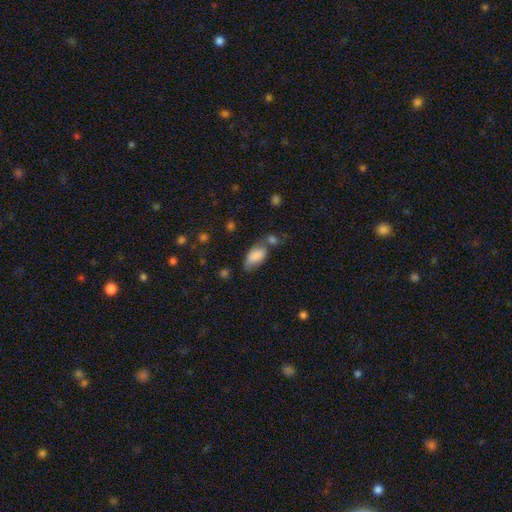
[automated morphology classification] smooth-or-featured: smooth: 83% | featured or disk: 9% | star or artifact: 8%
  how-rounded: in between: 93% | round: 4% | cigar-shaped: 3%
  merging: none: 41% | minor disturbance: 27% | merger: 21% | major disturbance: 11%